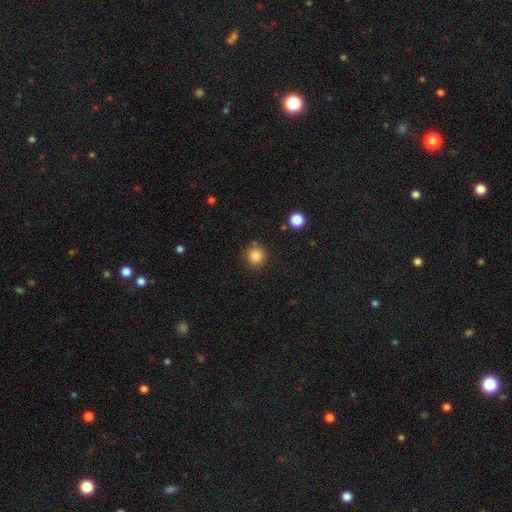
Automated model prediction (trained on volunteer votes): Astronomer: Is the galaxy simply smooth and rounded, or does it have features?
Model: smooth — 85%.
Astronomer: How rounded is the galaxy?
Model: round — 94%.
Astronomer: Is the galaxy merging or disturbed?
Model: none — 85%.